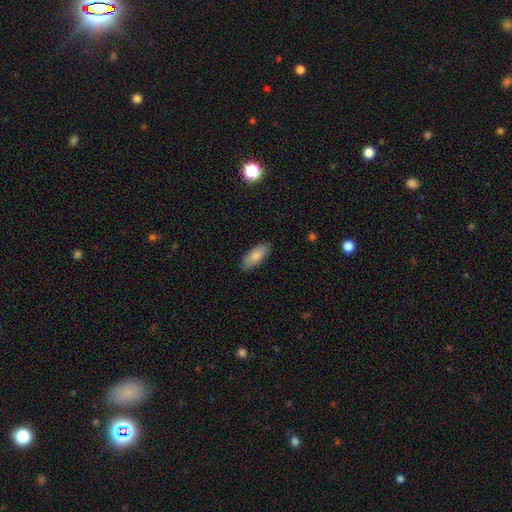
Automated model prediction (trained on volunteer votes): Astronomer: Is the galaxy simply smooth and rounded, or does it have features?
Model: smooth — 84%.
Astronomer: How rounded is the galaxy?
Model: in between — 81%.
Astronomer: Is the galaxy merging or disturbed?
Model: none — 86%.